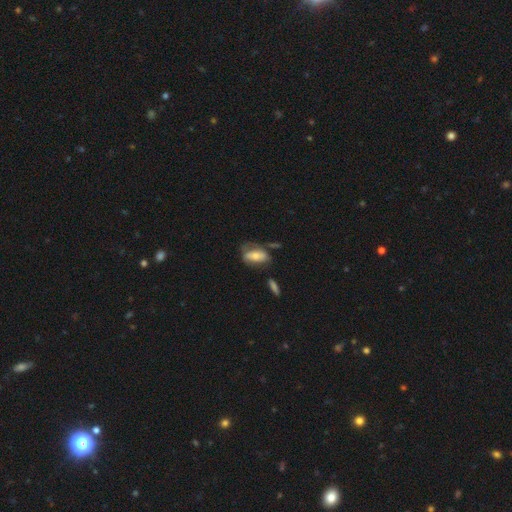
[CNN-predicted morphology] Smooth or featured? smooth (58%)
How rounded? in between (86%)
Merging? none (43%)